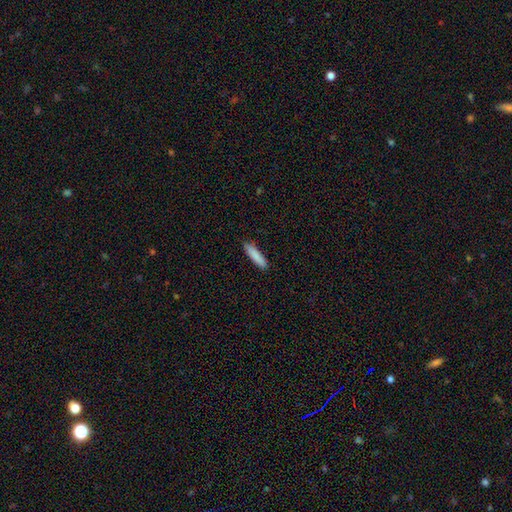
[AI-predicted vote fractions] Q: Smooth or featured?
A: smooth (87%); runner-up: featured or disk (7%)
Q: How rounded?
A: cigar-shaped (79%); runner-up: in between (20%)
Q: Merging?
A: none (88%); runner-up: minor disturbance (9%)